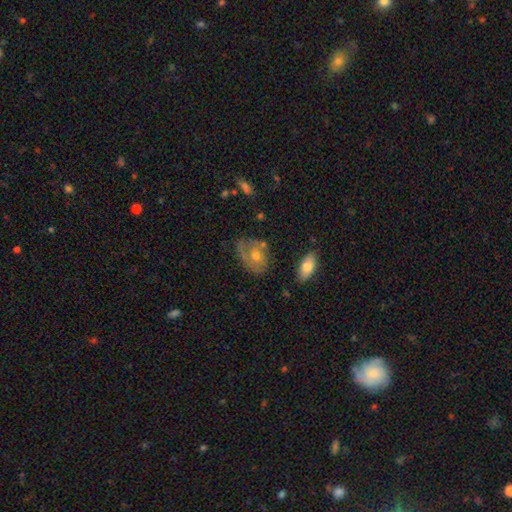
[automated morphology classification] A featured or disk galaxy (52%).

Vote fractions:
- Smooth or featured? featured or disk: 52% / smooth: 38% / star or artifact: 10%
- Edge-on disk? no: 94% / yes: 6%
- Merging? none: 56% / minor disturbance: 26% / major disturbance: 14% / merger: 5%